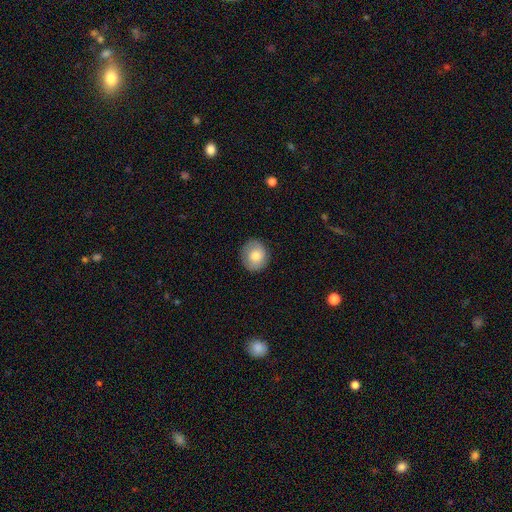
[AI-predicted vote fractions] Smooth or featured? smooth (72%)
How rounded? round (82%)
Merging? none (86%)